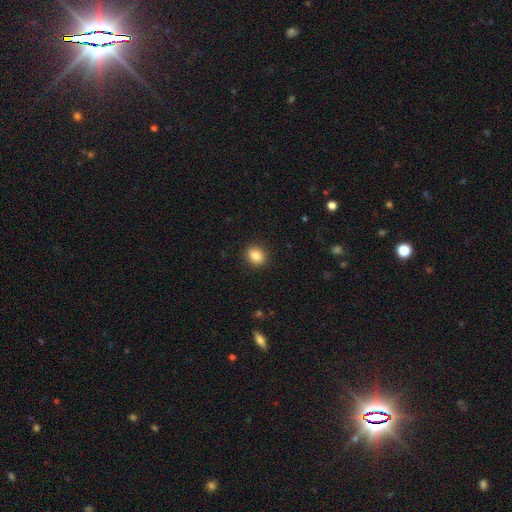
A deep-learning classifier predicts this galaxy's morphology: A smooth galaxy with no disk features (85%) that is in between round and cigar-shaped (52%). Merging: none (91%).